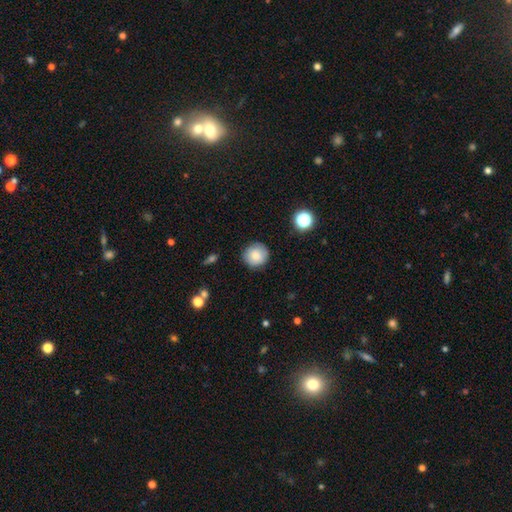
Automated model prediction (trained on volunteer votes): A smooth galaxy with no disk features (82%) that is round (93%).

Vote fractions:
- Smooth or featured? smooth: 82% / featured or disk: 9% / star or artifact: 9%
- How rounded? round: 93% / in between: 6% / cigar-shaped: 1%
- Merging? none: 87% / minor disturbance: 9% / major disturbance: 2% / merger: 1%